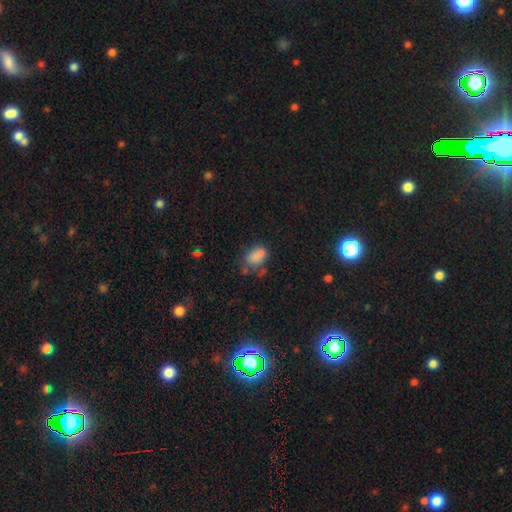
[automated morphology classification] This appears to be a smooth galaxy with no disk features (71%) that is in between round and cigar-shaped (76%). Merging: none (44%).